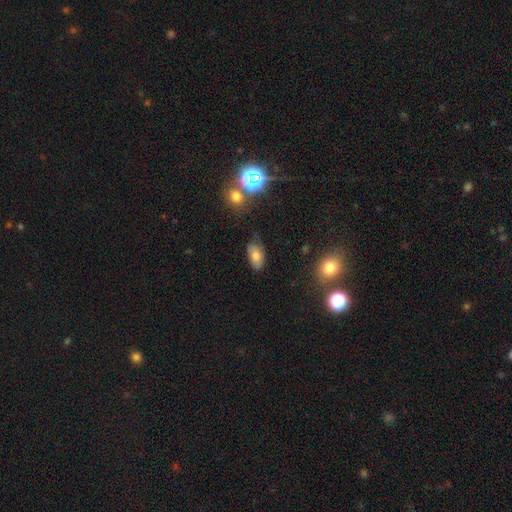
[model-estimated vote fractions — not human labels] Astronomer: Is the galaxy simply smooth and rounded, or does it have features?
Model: smooth — 68%.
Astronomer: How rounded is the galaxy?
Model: in between — 92%.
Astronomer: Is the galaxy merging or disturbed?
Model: none — 71%.